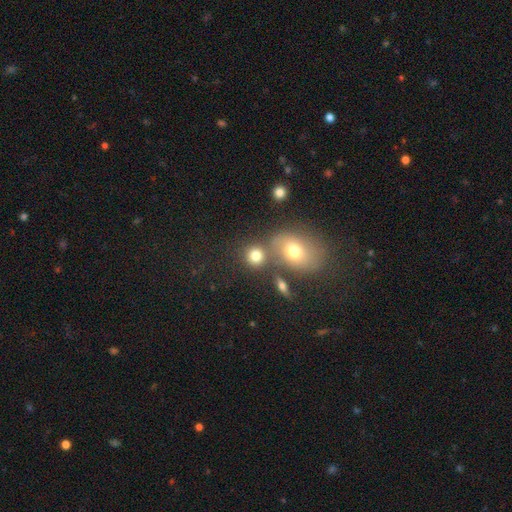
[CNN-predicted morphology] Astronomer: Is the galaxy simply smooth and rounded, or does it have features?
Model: smooth — 77%.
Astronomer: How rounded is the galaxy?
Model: round — 79%.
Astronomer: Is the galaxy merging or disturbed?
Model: none — 60%.